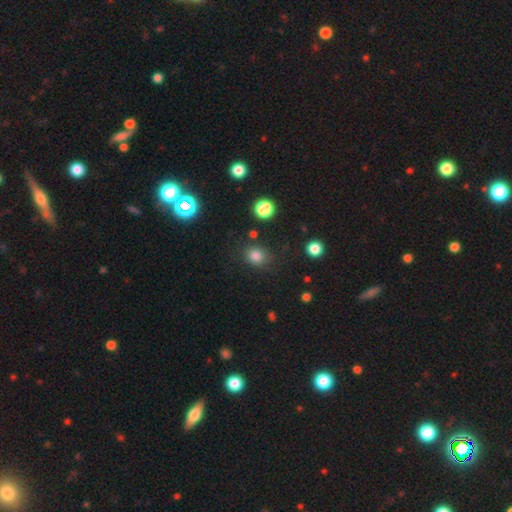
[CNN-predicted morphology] The model was most divided on "how rounded": round: 72%, in between: 27%, cigar-shaped: 1%. More confident: smooth or featured — smooth (81%); merging — none (79%).